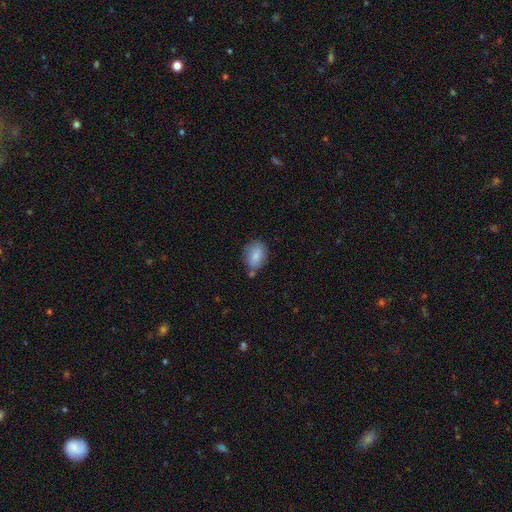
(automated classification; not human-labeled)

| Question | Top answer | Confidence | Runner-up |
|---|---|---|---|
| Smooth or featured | smooth | 82% | featured or disk (10%) |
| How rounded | in between | 76% | round (22%) |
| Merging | none | 64% | minor disturbance (22%) |